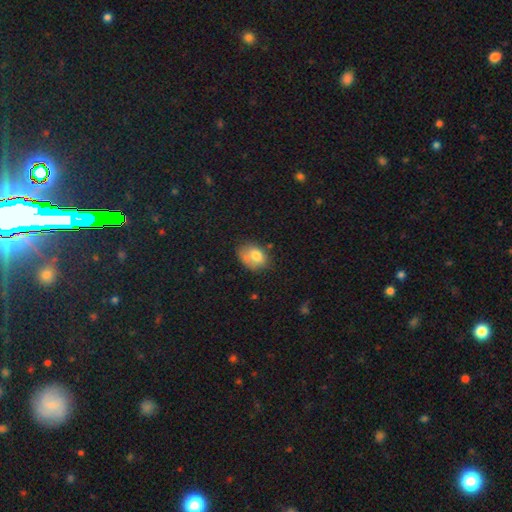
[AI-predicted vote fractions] Smooth or featured: smooth — 75% (featured or disk — 16%)
How rounded: in between — 70% (round — 29%)
Merging: none — 46% (minor disturbance — 30%)